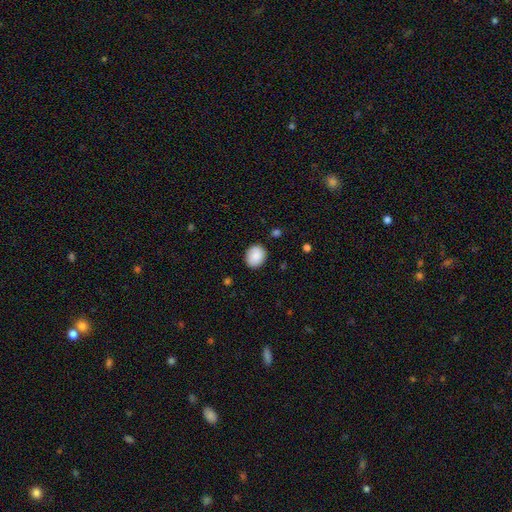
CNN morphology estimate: The model was most divided on "how rounded": round: 57%, in between: 42%, cigar-shaped: 1%. More confident: smooth or featured — smooth (89%); merging — none (88%).